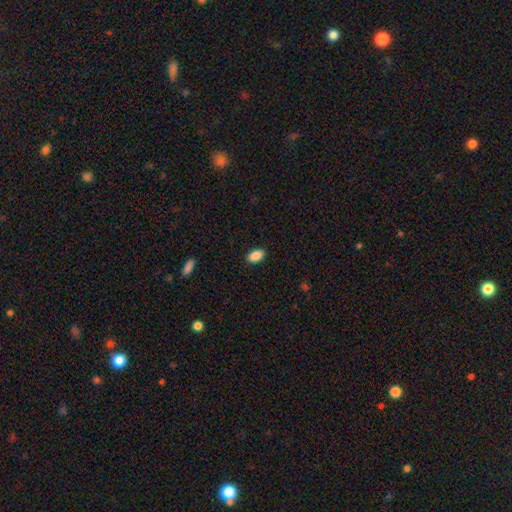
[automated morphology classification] type=smooth (89%); roundness=in between (92%); merging=none (89%).